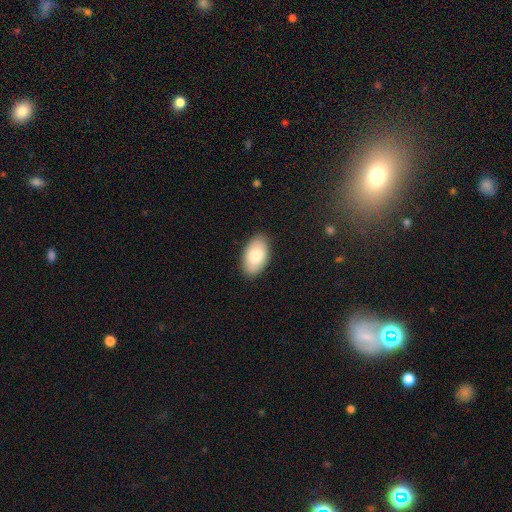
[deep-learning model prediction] This is clearly a smooth galaxy (81%). How rounded: clearly in between (95%). Merging: clearly none (87%).